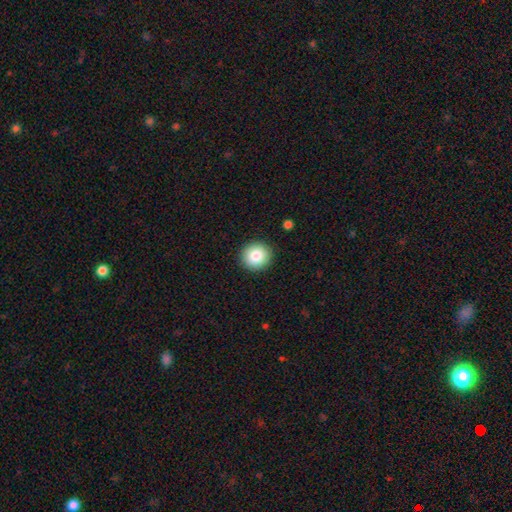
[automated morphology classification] Overall: smooth (83%). How rounded: round (93%). Merging: none (92%).